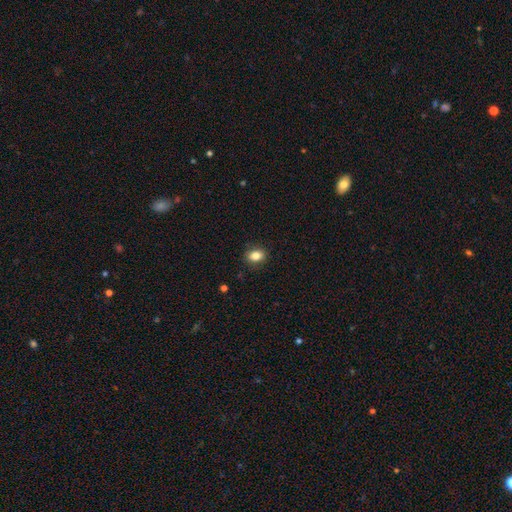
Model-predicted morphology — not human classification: Smooth or featured? Predicted: smooth (p=0.84). How rounded? Predicted: in between (p=0.62). Merging? Predicted: none (p=0.87).